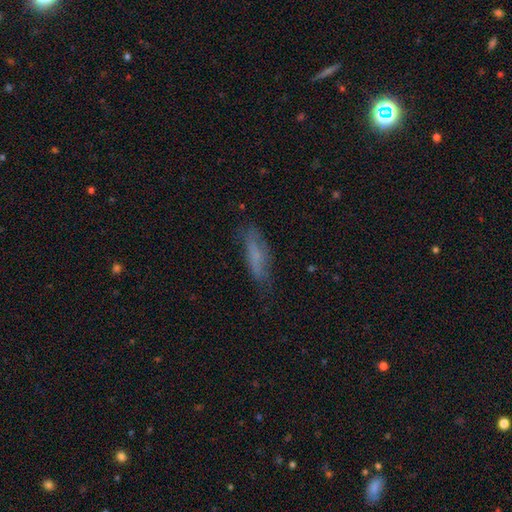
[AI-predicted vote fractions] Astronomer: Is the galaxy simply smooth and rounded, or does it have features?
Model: smooth — 63%.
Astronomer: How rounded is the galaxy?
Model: cigar-shaped — 66%.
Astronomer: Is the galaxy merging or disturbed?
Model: none — 66%.